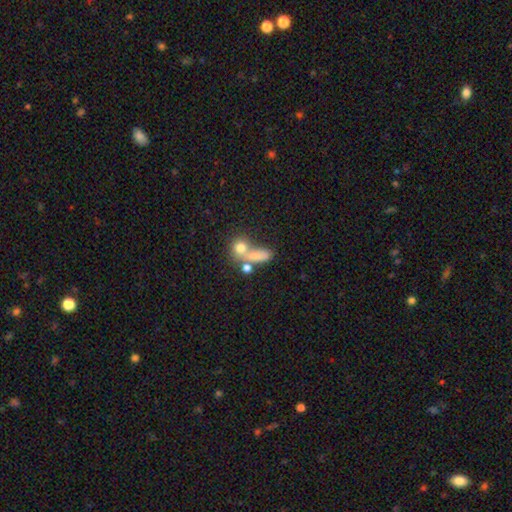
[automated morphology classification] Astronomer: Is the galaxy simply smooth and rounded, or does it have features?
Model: smooth — 69%.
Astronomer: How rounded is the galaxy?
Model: in between — 51% (runner-up: round, 34%).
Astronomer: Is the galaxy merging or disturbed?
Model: merger — 45% (runner-up: none, 33%).